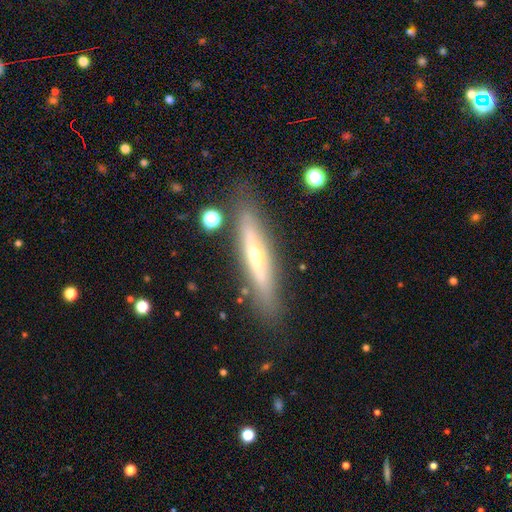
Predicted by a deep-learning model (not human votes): The model was most divided on "smooth or featured": featured or disk: 61%, smooth: 31%, star or artifact: 8%. More confident: edge-on disk — yes (87%); merging — none (83%); edge-on bulge — rounded (78%).